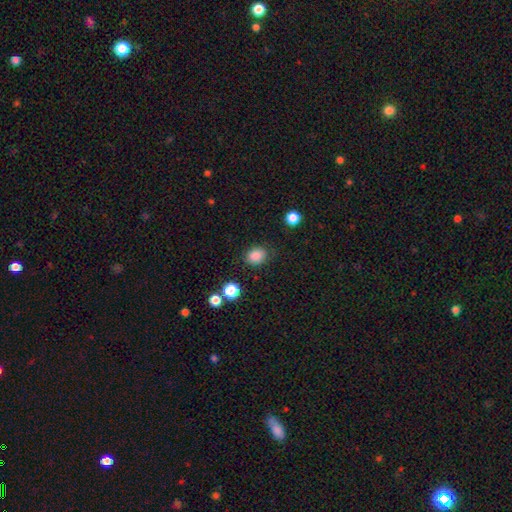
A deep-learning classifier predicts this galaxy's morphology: Smooth or featured?
  - smooth: 85% *
  - star or artifact: 10%
  - featured or disk: 4%
How rounded?
  - in between: 53% *
  - round: 46%
  - cigar-shaped: 1%
Merging?
  - none: 81% *
  - minor disturbance: 13%
  - major disturbance: 4%
  - merger: 2%